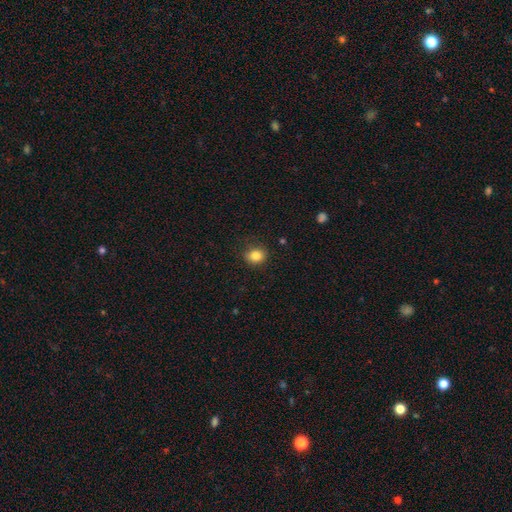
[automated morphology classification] This is clearly a smooth galaxy (84%). How rounded: likely round (66%). Merging: clearly none (83%).